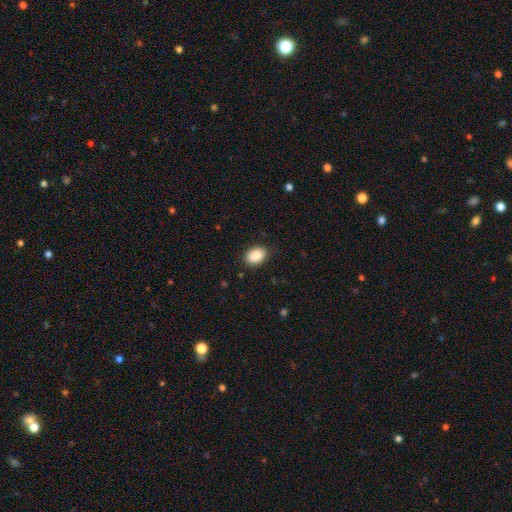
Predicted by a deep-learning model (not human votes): Q: Smooth or featured?
A: smooth (90%); runner-up: star or artifact (7%)
Q: How rounded?
A: in between (82%); runner-up: round (17%)
Q: Merging?
A: none (88%); runner-up: minor disturbance (9%)